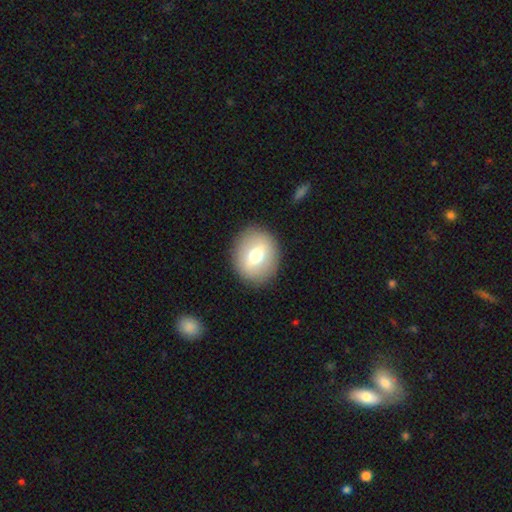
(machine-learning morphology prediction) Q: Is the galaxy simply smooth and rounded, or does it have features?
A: smooth — 61%.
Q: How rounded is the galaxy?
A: round — 71%.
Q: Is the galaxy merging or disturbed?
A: none — 89%.